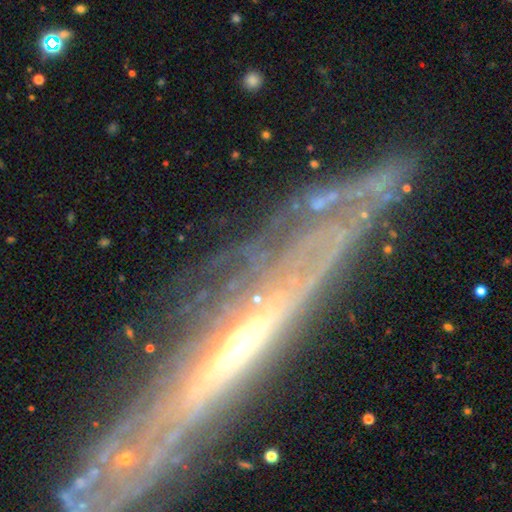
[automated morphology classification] Smooth or featured? Predicted: featured or disk (p=0.75). Edge-on disk? Predicted: no (p=0.62). Merging? Predicted: none (p=0.63).